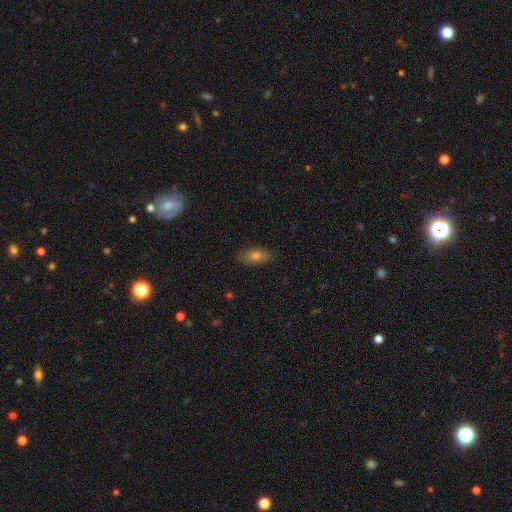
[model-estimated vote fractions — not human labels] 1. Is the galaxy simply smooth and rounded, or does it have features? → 65% smooth, 23% featured or disk, 12% star or artifact.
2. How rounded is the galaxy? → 76% in between, 19% cigar-shaped, 6% round.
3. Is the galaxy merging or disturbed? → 84% none, 12% minor disturbance, 2% major disturbance, 1% merger.